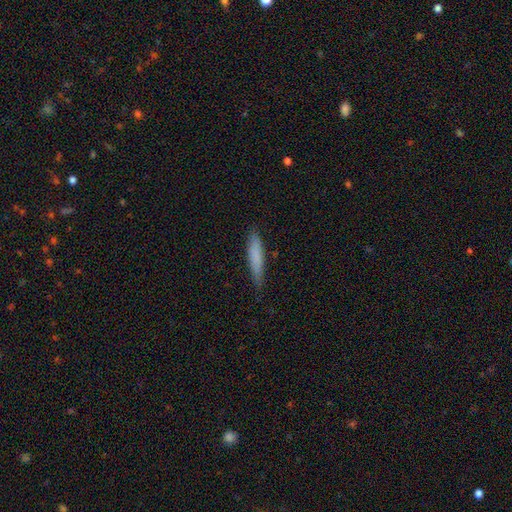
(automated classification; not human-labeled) smooth 77%, featured or disk 16%, star or artifact 6%. Down the decision tree: how rounded — cigar-shaped (89%); merging — none (83%).